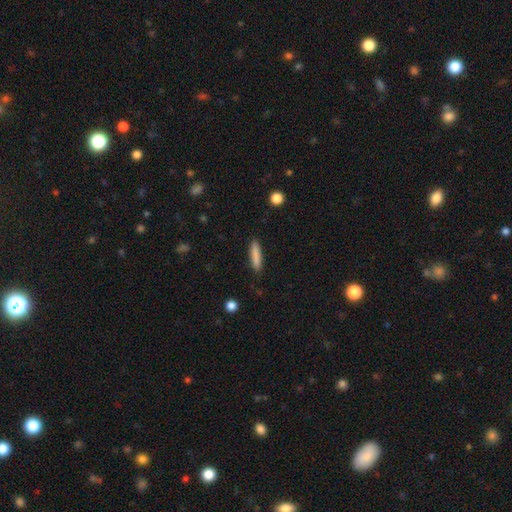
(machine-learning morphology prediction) The model was most divided on "how rounded": cigar-shaped: 85%, in between: 13%, round: 1%. More confident: merging — none (89%); smooth or featured — smooth (85%).